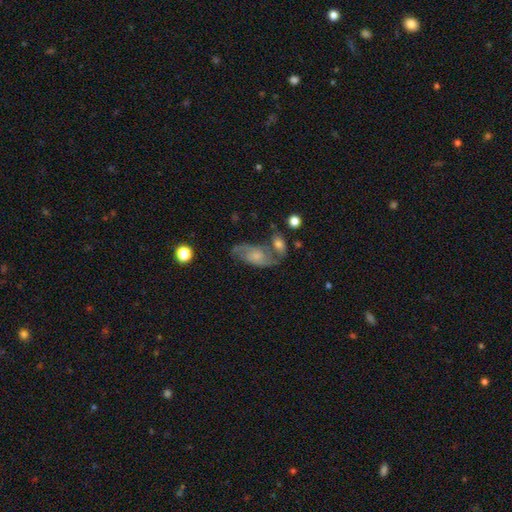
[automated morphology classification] A featured or disk galaxy (64%) with no bar (67%), 2 (82%) medium (45%) spiral arms (88%) and a small central bulge (50%).

Vote fractions:
- Smooth or featured? featured or disk: 64% / smooth: 28% / star or artifact: 8%
- Edge-on disk? no: 93% / yes: 7%
- Bar? no: 67% / weak: 28% / strong: 5%
- Spiral arms? yes: 88% / no: 12%
- Spiral winding? medium: 45% / loose: 36% / tight: 19%
- Spiral arm count? 2: 82% / can't tell: 10% / 1: 3% / 3: 3% / 4: 1% / more than 4: 1%
- Bulge size? small: 50% / moderate: 29% / none: 14% / large: 5% / dominant: 2%
- Merging? none: 46% / merger: 22% / minor disturbance: 20% / major disturbance: 12%